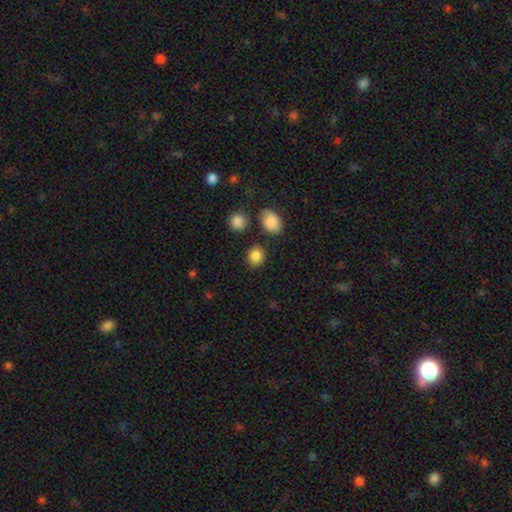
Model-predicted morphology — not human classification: The model was most divided on "how rounded": round: 72%, in between: 26%, cigar-shaped: 1%. More confident: smooth or featured — smooth (86%); merging — none (82%).